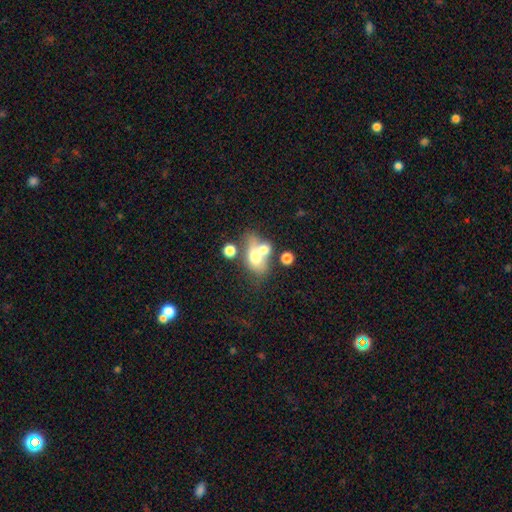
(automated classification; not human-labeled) smooth-or-featured: smooth: 61% | featured or disk: 28% | star or artifact: 11%
  how-rounded: in between: 70% | round: 27% | cigar-shaped: 4%
  merging: merger: 50% | none: 29% | minor disturbance: 12% | major disturbance: 9%